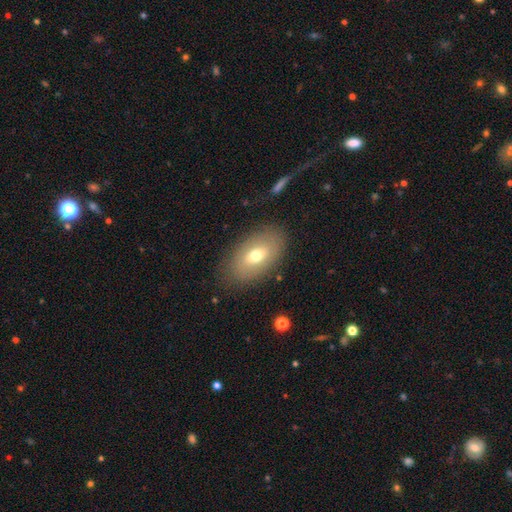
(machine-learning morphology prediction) Smooth or featured? smooth (64%)
How rounded? in between (91%)
Merging? none (82%)